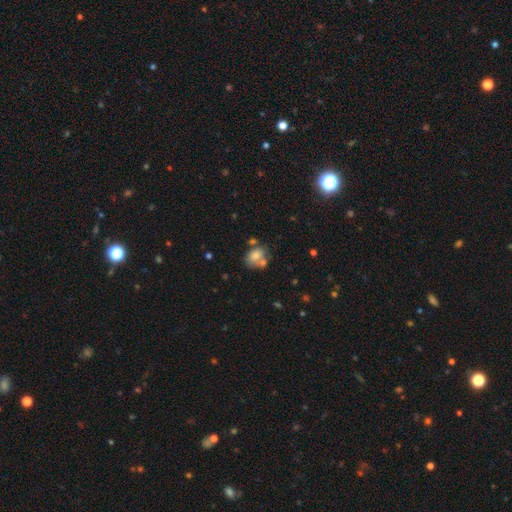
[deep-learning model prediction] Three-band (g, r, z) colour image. It shows a smooth galaxy with no disk features (73%) that is in between round and cigar-shaped (61%). Merging: none (46%).